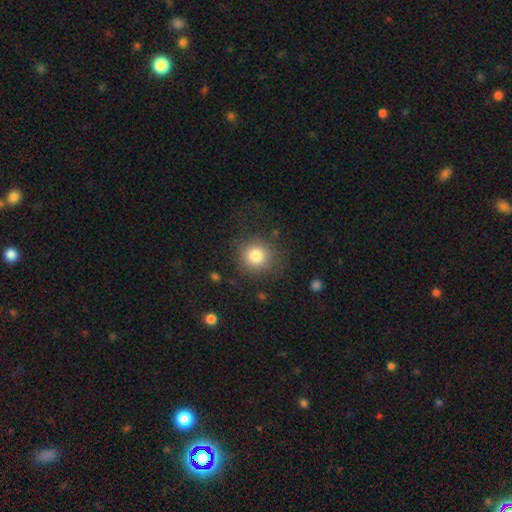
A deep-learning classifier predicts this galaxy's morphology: Smooth or featured: smooth — 81% (star or artifact — 11%)
How rounded: round — 89% (in between — 10%)
Merging: none — 79% (minor disturbance — 12%)